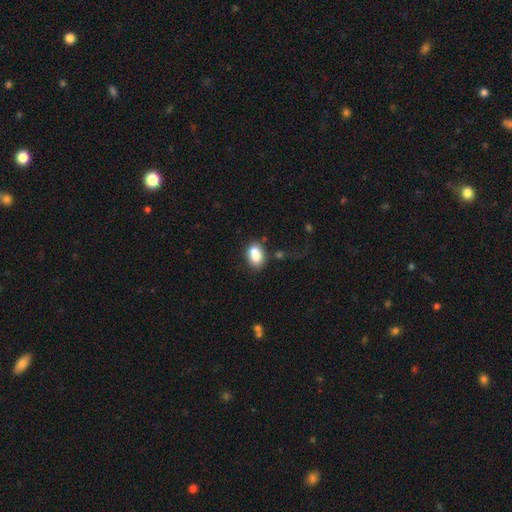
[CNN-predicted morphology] type=smooth (81%); roundness=in between (81%); merging=none (54%).